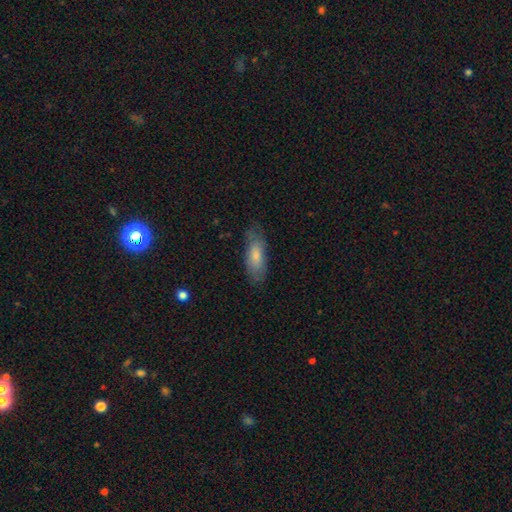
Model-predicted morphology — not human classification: Smooth or featured? Predicted: smooth (p=0.75). How rounded? Predicted: in between (p=0.73). Merging? Predicted: none (p=0.70).